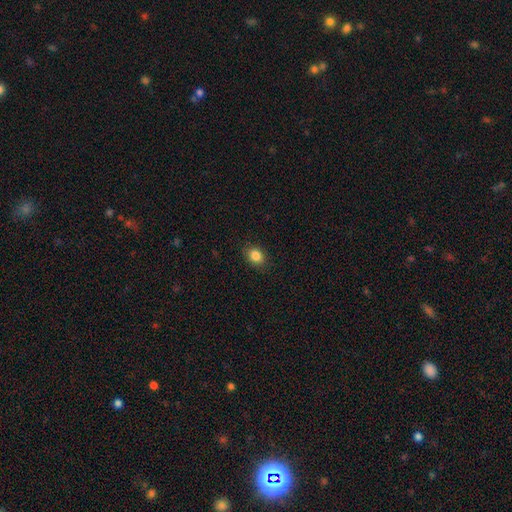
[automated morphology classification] Smooth or featured: smooth — 86% (star or artifact — 10%)
How rounded: in between — 59% (round — 40%)
Merging: none — 88% (minor disturbance — 9%)